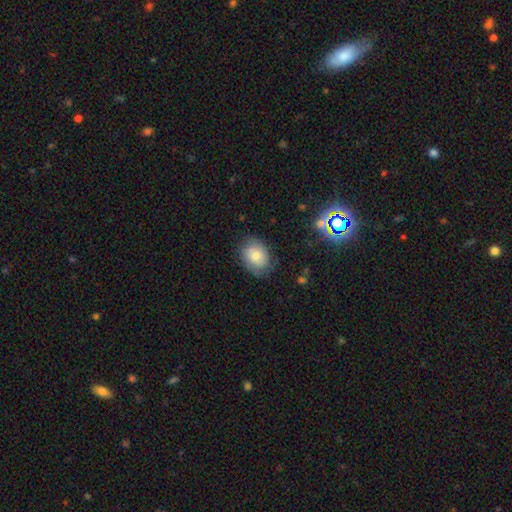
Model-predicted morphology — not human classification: A smooth galaxy with no disk features (72%) that is in between round and cigar-shaped (59%).

Vote fractions:
- Smooth or featured? smooth: 72% / featured or disk: 19% / star or artifact: 9%
- How rounded? in between: 59% / round: 40% / cigar-shaped: 1%
- Merging? none: 74% / minor disturbance: 19% / major disturbance: 5% / merger: 1%